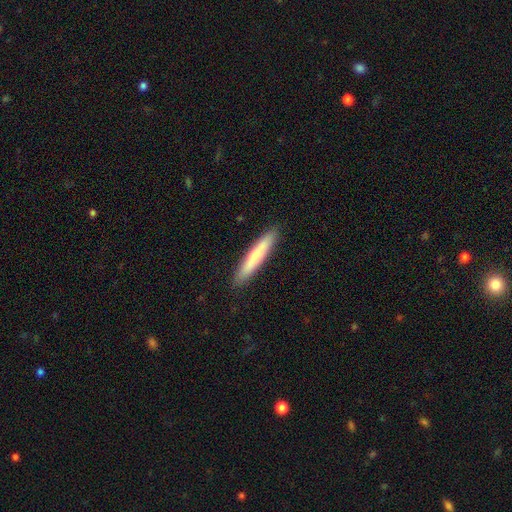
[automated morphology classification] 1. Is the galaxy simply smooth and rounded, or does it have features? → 71% smooth, 24% featured or disk, 5% star or artifact.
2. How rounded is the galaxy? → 94% cigar-shaped, 5% in between, 1% round.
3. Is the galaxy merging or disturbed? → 91% none, 7% minor disturbance, 1% major disturbance, 1% merger.